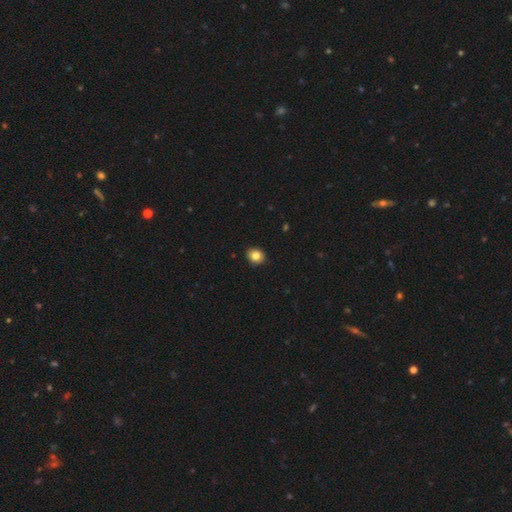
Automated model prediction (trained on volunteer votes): A smooth galaxy with no disk features (84%) that is round (74%).

Vote fractions:
- Smooth or featured? smooth: 84% / star or artifact: 10% / featured or disk: 6%
- How rounded? round: 74% / in between: 25% / cigar-shaped: 1%
- Merging? none: 91% / minor disturbance: 7% / major disturbance: 1% / merger: 1%